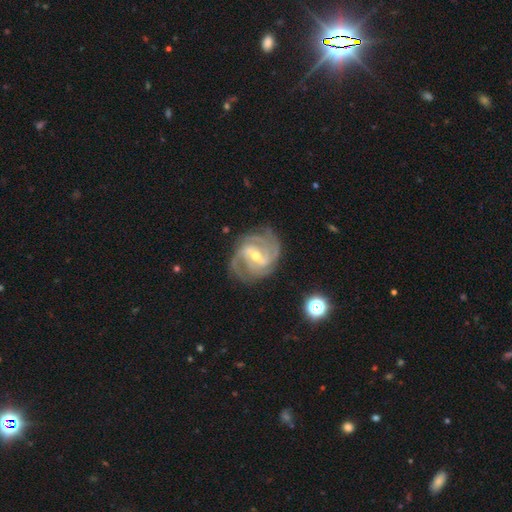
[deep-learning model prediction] The model was most divided on "bar": strong: 44%, weak: 43%, no: 13%. Remaining: spiral arms — yes (98%); edge-on disk — no (98%); smooth or featured — featured or disk (92%); merging — none (78%); spiral winding — tight (54%); bulge size — moderate (49%); spiral arm count — 3 (39%).